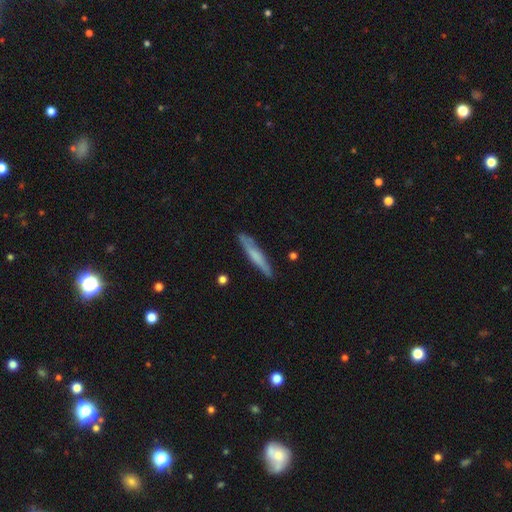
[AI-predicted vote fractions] Smooth or featured? Predicted: smooth (p=0.57). How rounded? Predicted: cigar-shaped (p=0.94). Merging? Predicted: none (p=0.85).